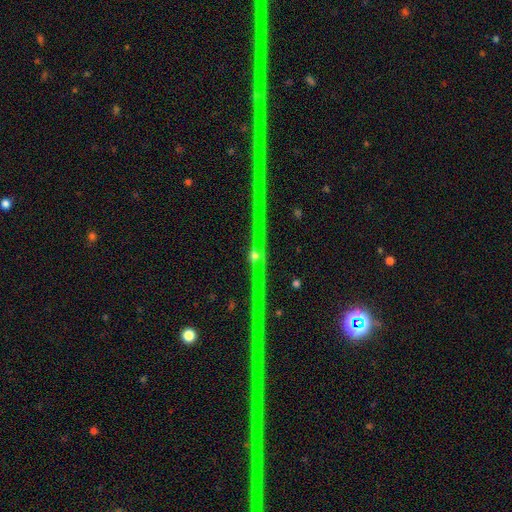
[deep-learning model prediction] This appears to be a star or artifact, not a galaxy (78%).